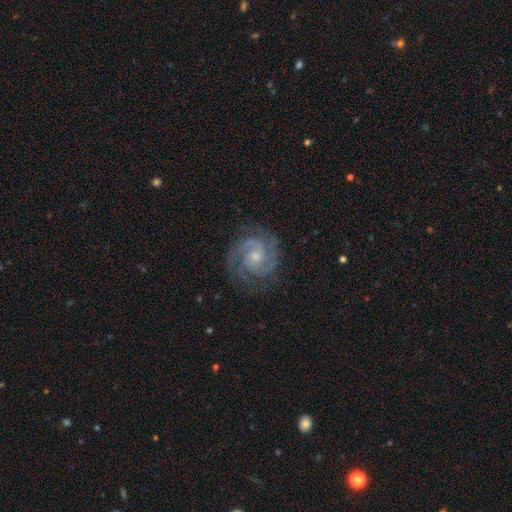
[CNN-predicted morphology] A featured or disk galaxy (89%) with no bar (67%), 2 (64%) tight (55%) spiral arms (98%) and a small central bulge (67%).

Vote fractions:
- Smooth or featured? featured or disk: 89% / smooth: 6% / star or artifact: 5%
- Edge-on disk? no: 98% / yes: 2%
- Bar? no: 67% / weak: 27% / strong: 5%
- Spiral arms? yes: 98% / no: 2%
- Spiral winding? tight: 55% / medium: 39% / loose: 6%
- Spiral arm count? 2: 64% / 3: 19% / can't tell: 8% / 4: 4% / 1: 3% / more than 4: 3%
- Bulge size? small: 67% / moderate: 28% / none: 2% / large: 1% / dominant: 1%
- Merging? none: 79% / minor disturbance: 14% / major disturbance: 6% / merger: 1%